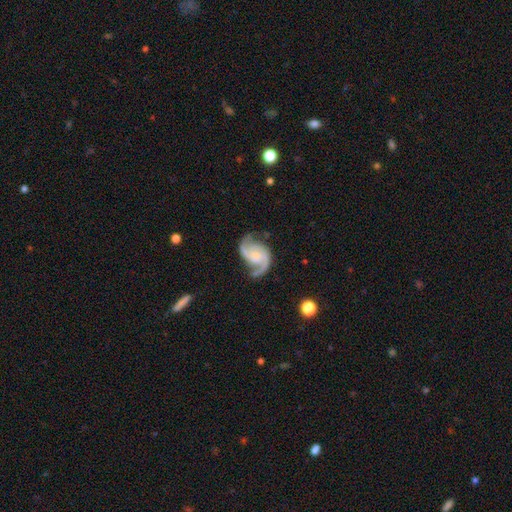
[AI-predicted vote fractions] A featured or disk galaxy (91%) with no bar (65%), 2 (93%) medium (54%) spiral arms (98%) and a small central bulge (53%).

Vote fractions:
- Smooth or featured? featured or disk: 91% / star or artifact: 4% / smooth: 4%
- Edge-on disk? no: 98% / yes: 2%
- Bar? no: 65% / weak: 28% / strong: 7%
- Spiral arms? yes: 98% / no: 2%
- Spiral winding? medium: 54% / loose: 28% / tight: 18%
- Spiral arm count? 2: 93% / 3: 2% / can't tell: 2% / 1: 2% / 4: 1% / more than 4: 1%
- Bulge size? small: 53% / moderate: 22% / none: 21% / large: 3% / dominant: 1%
- Merging? none: 71% / minor disturbance: 18% / major disturbance: 9% / merger: 2%